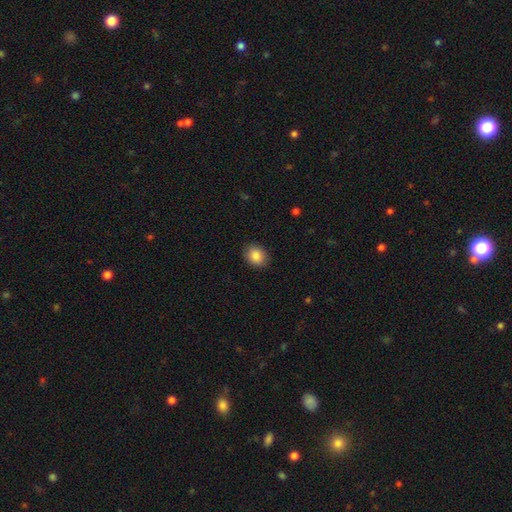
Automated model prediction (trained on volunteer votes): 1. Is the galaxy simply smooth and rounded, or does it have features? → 87% smooth, 8% star or artifact, 4% featured or disk.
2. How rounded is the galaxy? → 51% in between, 48% round, 1% cigar-shaped.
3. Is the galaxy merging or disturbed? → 88% none, 9% minor disturbance, 2% major disturbance, 1% merger.